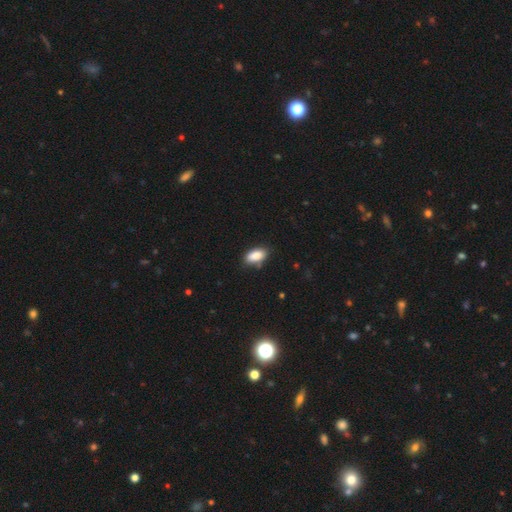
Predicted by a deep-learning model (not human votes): This is clearly a smooth galaxy (88%). How rounded: clearly in between (92%). Merging: likely none (79%).